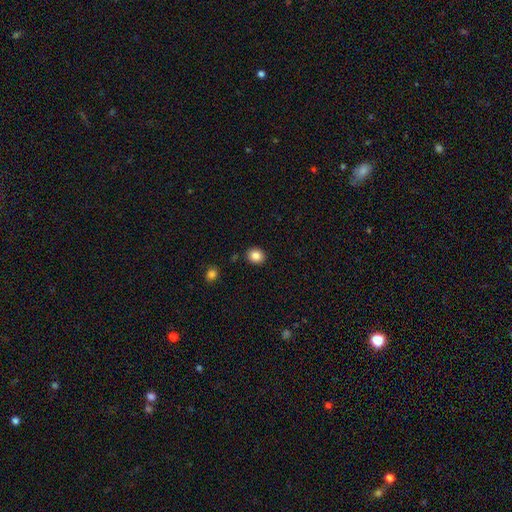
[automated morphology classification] The model was most divided on "how rounded": round: 75%, in between: 24%, cigar-shaped: 1%. More confident: merging — none (89%); smooth or featured — smooth (85%).